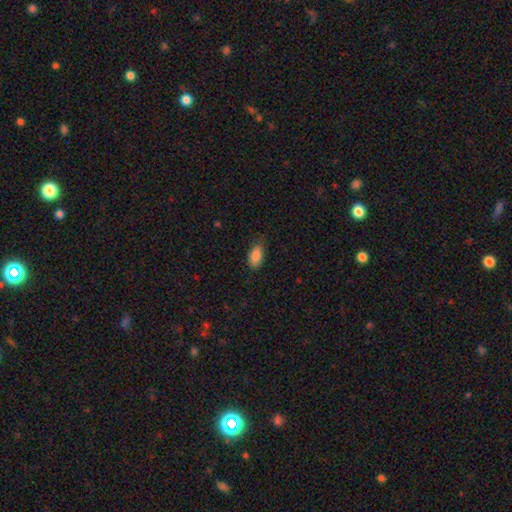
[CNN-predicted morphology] smooth 87%, star or artifact 7%, featured or disk 6%. Down the decision tree: how rounded — in between (91%); merging — none (77%).